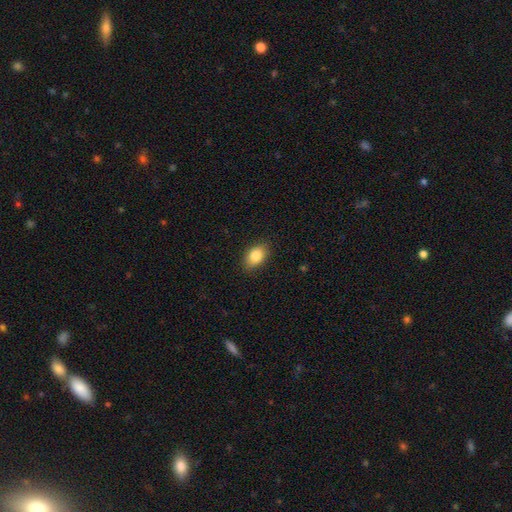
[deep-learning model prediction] Smooth or featured? smooth (85%)
How rounded? in between (86%)
Merging? none (87%)